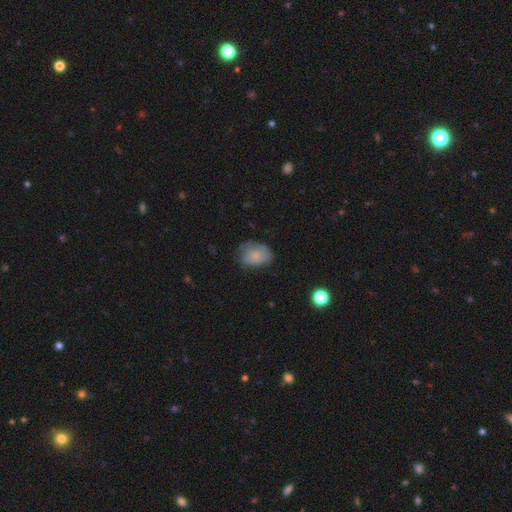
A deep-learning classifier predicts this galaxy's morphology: Smooth or featured?
  - smooth: 71% *
  - featured or disk: 21%
  - star or artifact: 8%
How rounded?
  - in between: 75% *
  - round: 24%
  - cigar-shaped: 1%
Merging?
  - none: 55% *
  - minor disturbance: 31%
  - major disturbance: 12%
  - merger: 2%